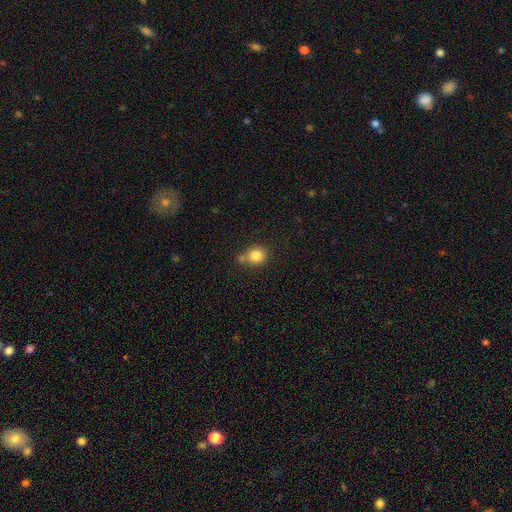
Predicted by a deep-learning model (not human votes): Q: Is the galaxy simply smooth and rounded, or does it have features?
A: smooth — 82%.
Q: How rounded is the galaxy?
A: round — 78%.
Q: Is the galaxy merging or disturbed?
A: none — 58%.